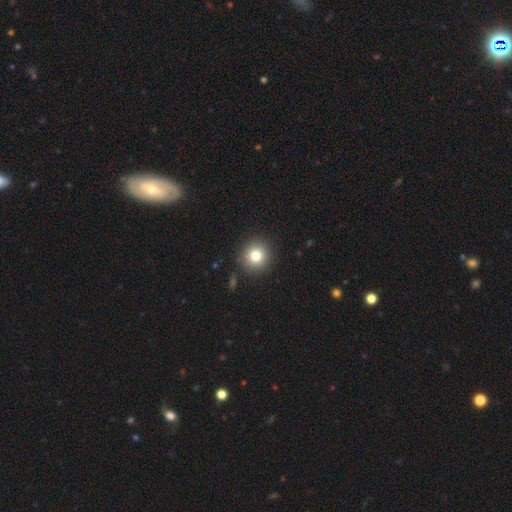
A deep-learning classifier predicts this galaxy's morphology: smooth-or-featured: smooth: 79% | star or artifact: 12% | featured or disk: 9%
  how-rounded: round: 92% | in between: 7% | cigar-shaped: 1%
  merging: none: 90% | minor disturbance: 6% | major disturbance: 2% | merger: 2%